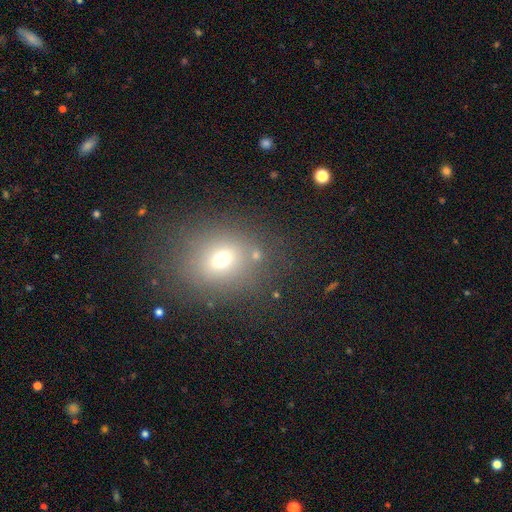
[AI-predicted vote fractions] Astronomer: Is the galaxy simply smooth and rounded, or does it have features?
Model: smooth — 66%.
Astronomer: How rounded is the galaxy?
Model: round — 62%.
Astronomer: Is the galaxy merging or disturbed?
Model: none — 75%.